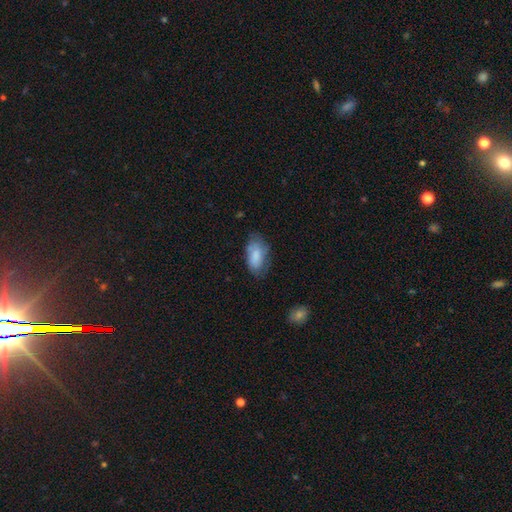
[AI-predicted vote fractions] This appears to be a smooth galaxy with no disk features (77%) that is in between round and cigar-shaped (93%). Merging: none (59%).